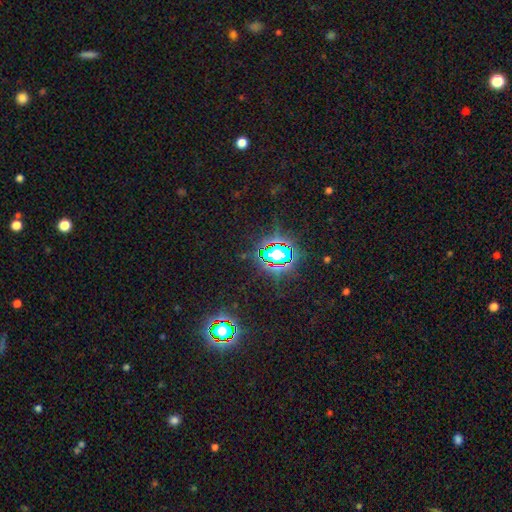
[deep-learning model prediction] A star or artifact, not a galaxy (81%).